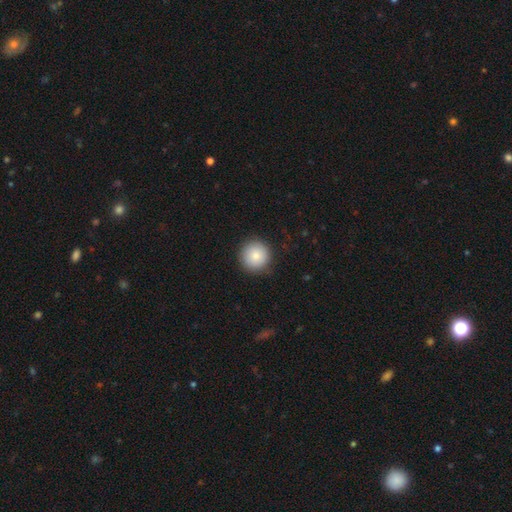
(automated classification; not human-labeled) A smooth galaxy with no disk features (85%) that is round (95%). Merging: none (89%).